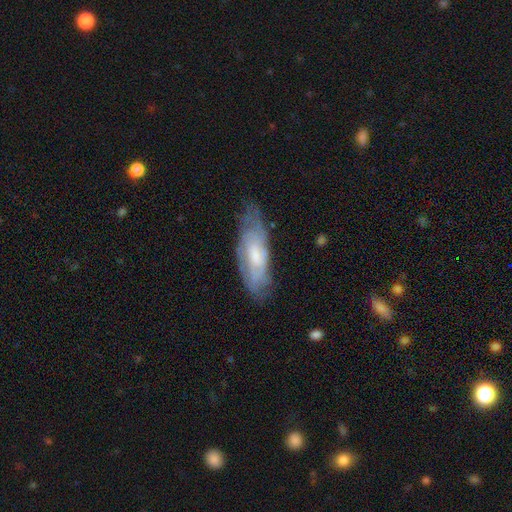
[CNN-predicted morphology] The model was most divided on "bulge size": small: 51%, moderate: 36%, none: 7%, large: 4%, dominant: 1%. More confident: spiral arms — yes (82%); edge-on disk — no (80%); smooth or featured — featured or disk (66%); merging — none (65%); bar — no (60%).